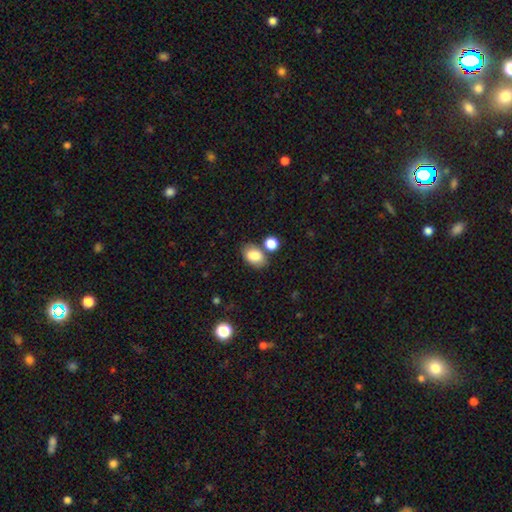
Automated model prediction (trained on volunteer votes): Smooth or featured? smooth (84%)
How rounded? in between (85%)
Merging? none (66%)